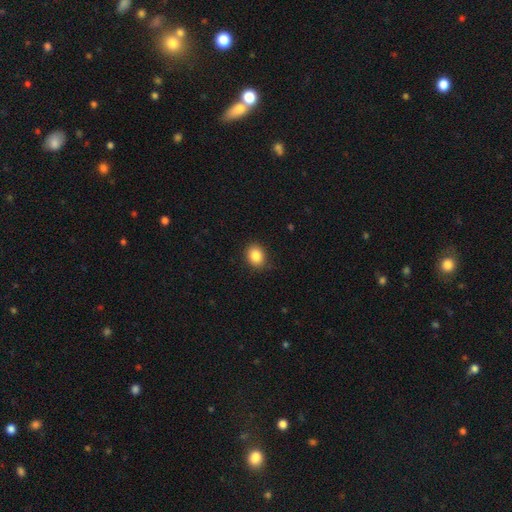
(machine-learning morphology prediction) Q: Smooth or featured?
A: smooth (86%); runner-up: star or artifact (9%)
Q: How rounded?
A: round (52%); runner-up: in between (47%)
Q: Merging?
A: none (86%); runner-up: minor disturbance (11%)